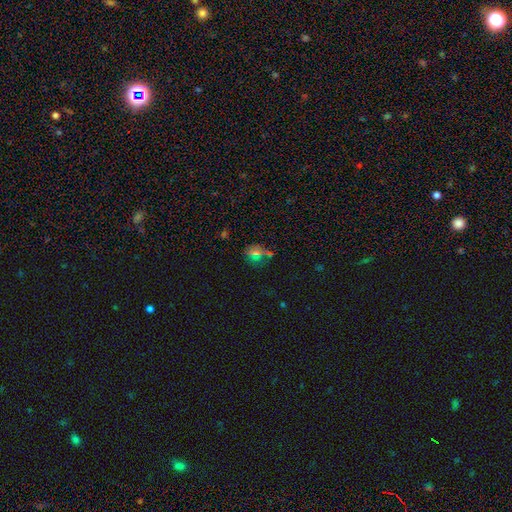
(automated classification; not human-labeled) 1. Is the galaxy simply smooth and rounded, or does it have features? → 49% smooth, 38% star or artifact, 13% featured or disk.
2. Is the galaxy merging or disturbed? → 71% none, 16% minor disturbance, 8% major disturbance, 6% merger.